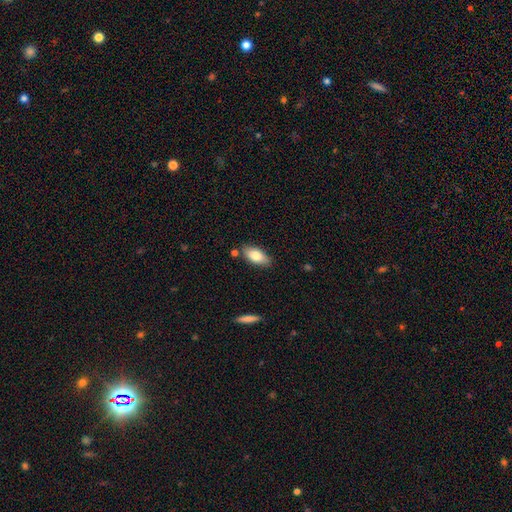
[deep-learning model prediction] Overall: smooth (79%). How rounded: in between (89%). Merging: none (80%).